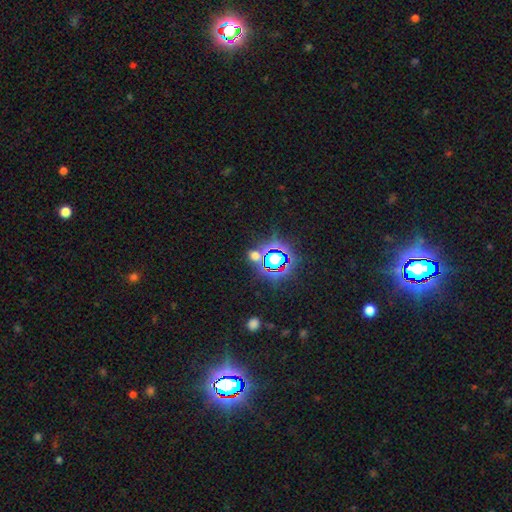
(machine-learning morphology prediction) A star or artifact, not a galaxy (55%).

Vote fractions:
- Smooth or featured? star or artifact: 55% / smooth: 36% / featured or disk: 9%